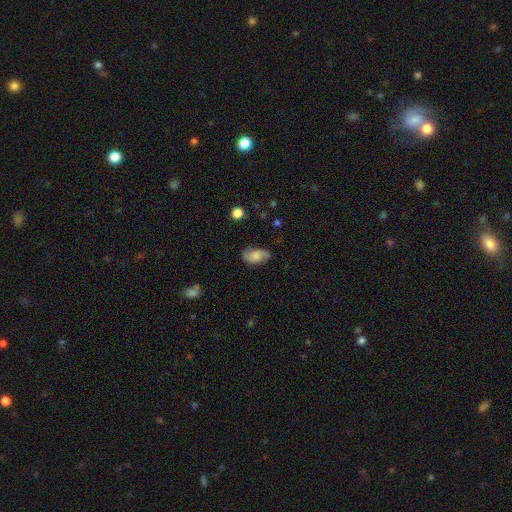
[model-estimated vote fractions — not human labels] A smooth galaxy with no disk features (46%).

Vote fractions:
- Smooth or featured? smooth: 46% / featured or disk: 45% / star or artifact: 9%
- Merging? none: 76% / minor disturbance: 18% / major disturbance: 5% / merger: 1%